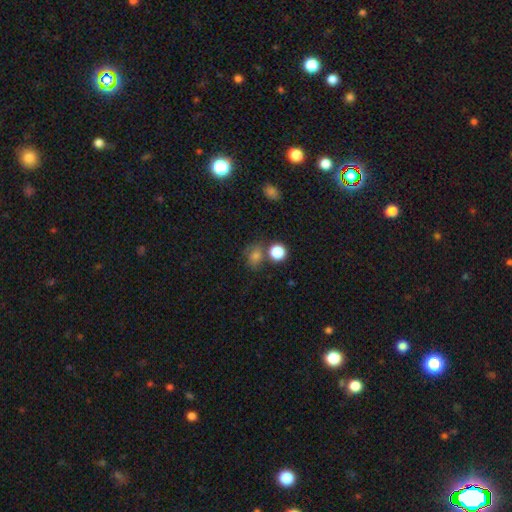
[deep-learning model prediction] A smooth galaxy with no disk features (67%) that is round (62%).

Vote fractions:
- Smooth or featured? smooth: 67% / star or artifact: 23% / featured or disk: 10%
- How rounded? round: 62% / in between: 36% / cigar-shaped: 1%
- Merging? none: 63% / minor disturbance: 16% / merger: 14% / major disturbance: 7%